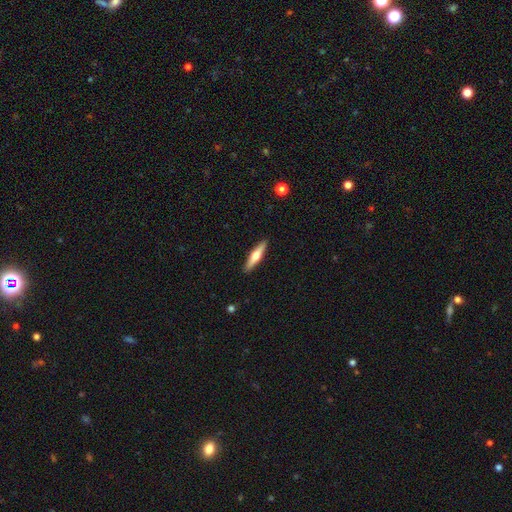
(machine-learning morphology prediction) The model was most divided on "smooth or featured": featured or disk: 49%, smooth: 45%, star or artifact: 5%. More confident: merging — none (91%).